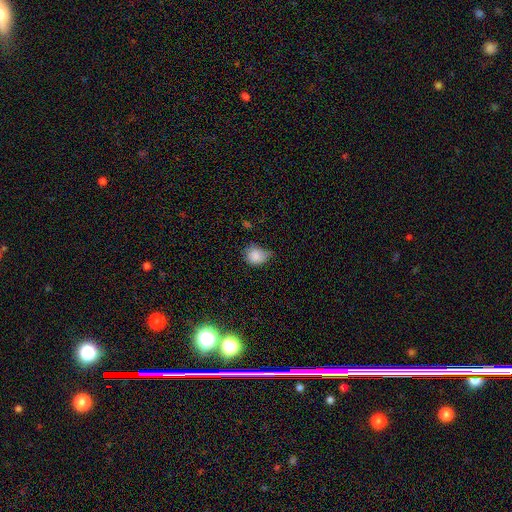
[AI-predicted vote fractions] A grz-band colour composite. It shows a smooth galaxy with no disk features (84%) that is round (64%). Merging: minor disturbance (44%).